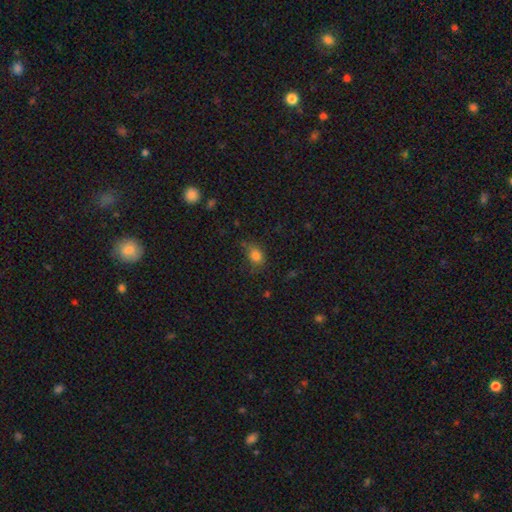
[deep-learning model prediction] A smooth galaxy with no disk features (80%) that is in between round and cigar-shaped (59%).

Vote fractions:
- Smooth or featured? smooth: 80% / star or artifact: 13% / featured or disk: 7%
- How rounded? in between: 59% / round: 40% / cigar-shaped: 2%
- Merging? none: 61% / minor disturbance: 27% / major disturbance: 9% / merger: 3%